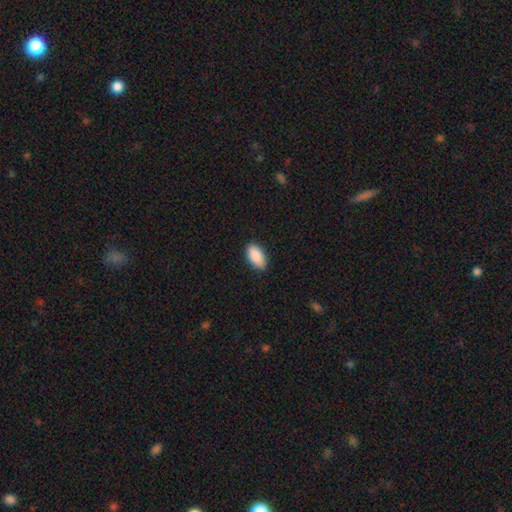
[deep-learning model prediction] Q: Smooth or featured?
A: smooth (90%); runner-up: star or artifact (6%)
Q: How rounded?
A: in between (94%); runner-up: cigar-shaped (3%)
Q: Merging?
A: none (88%); runner-up: minor disturbance (9%)